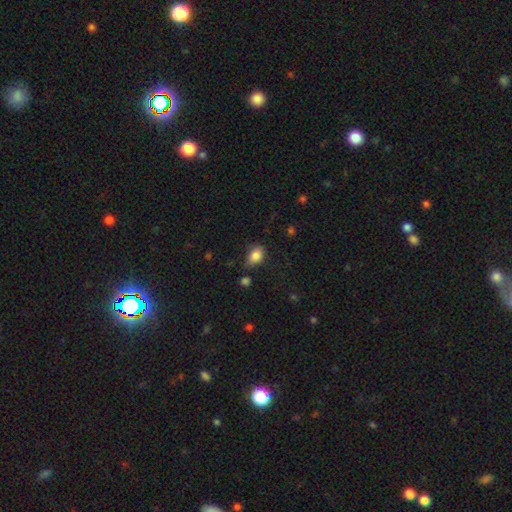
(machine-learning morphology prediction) A smooth galaxy with no disk features (84%) that is in between round and cigar-shaped (72%).

Vote fractions:
- Smooth or featured? smooth: 84% / star or artifact: 9% / featured or disk: 7%
- How rounded? in between: 72% / round: 26% / cigar-shaped: 2%
- Merging? none: 61% / minor disturbance: 29% / major disturbance: 7% / merger: 4%